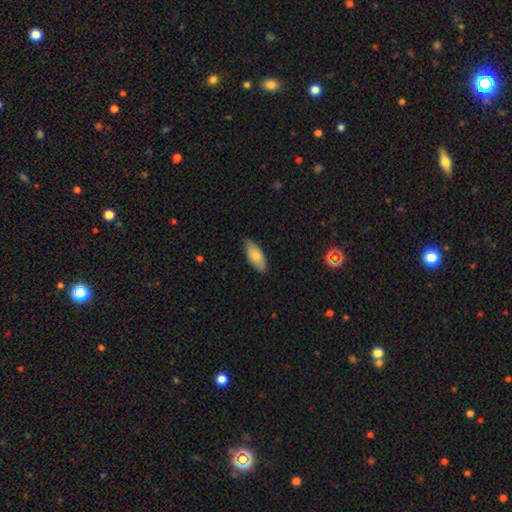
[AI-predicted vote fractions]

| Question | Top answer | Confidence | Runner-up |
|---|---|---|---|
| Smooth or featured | smooth | 77% | featured or disk (17%) |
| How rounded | in between | 84% | cigar-shaped (14%) |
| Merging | none | 79% | minor disturbance (18%) |